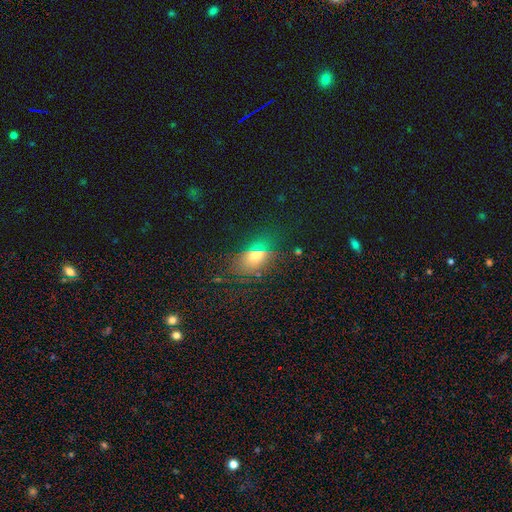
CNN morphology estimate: type=smooth (65%); roundness=in between (74%); merging=none (78%).